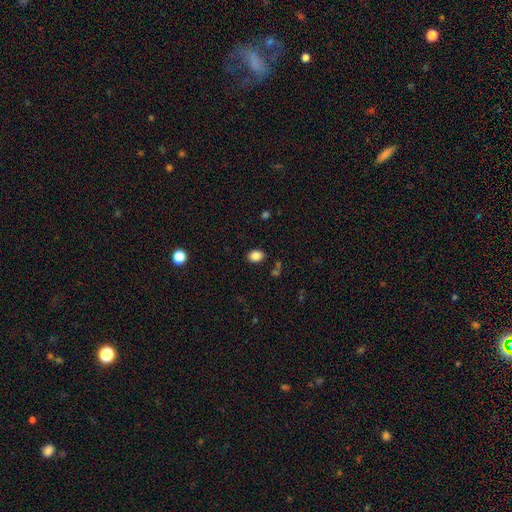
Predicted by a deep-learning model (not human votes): Morphology: type=smooth (85%); roundness=in between (65%); merging=none (85%).